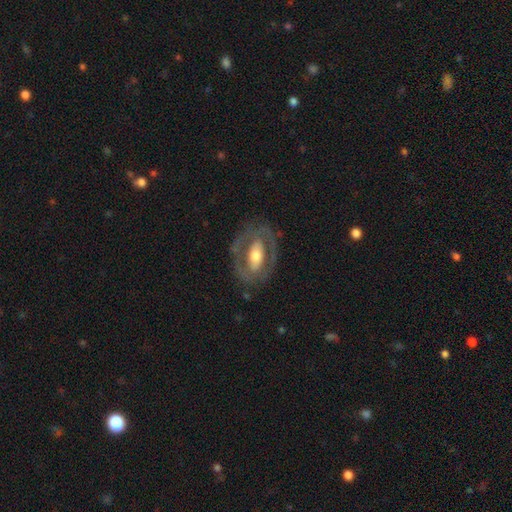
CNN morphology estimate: A featured or disk galaxy (68%) with no bar (41%), no spiral arms (62%) and a moderate central bulge (60%). Merging: none (74%).